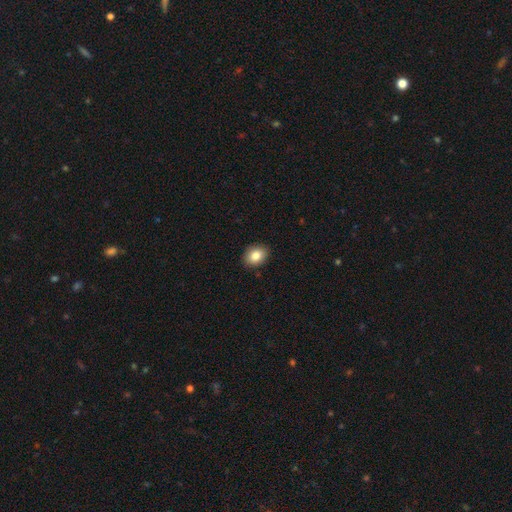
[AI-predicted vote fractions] This is clearly a smooth galaxy (85%). How rounded: likely in between (65%). Merging: clearly none (90%).